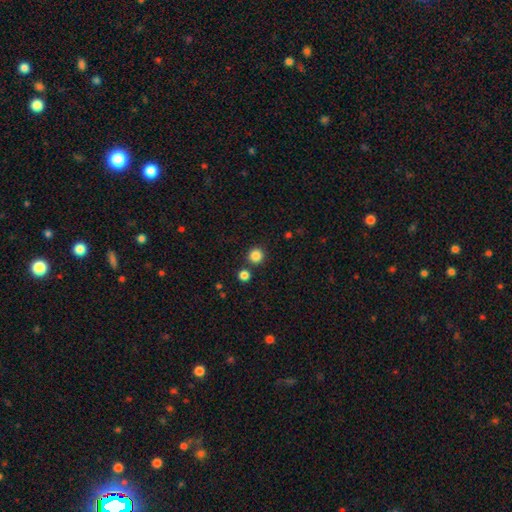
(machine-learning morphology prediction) This is clearly a smooth galaxy (85%). How rounded: clearly round (94%). Merging: clearly none (85%).